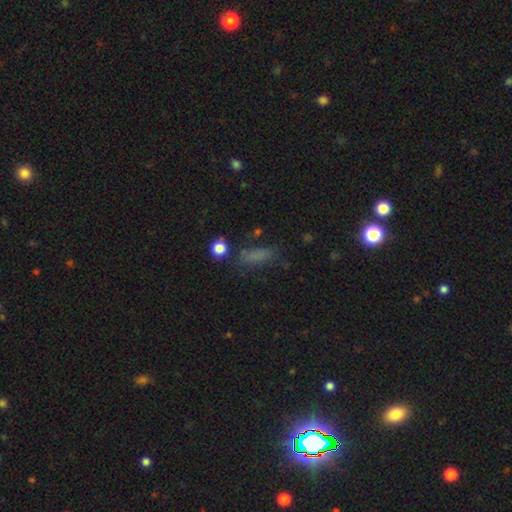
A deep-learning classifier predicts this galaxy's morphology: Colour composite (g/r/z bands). It shows a smooth galaxy with no disk features (69%) that is in between round and cigar-shaped (47%). Merging: none (66%).